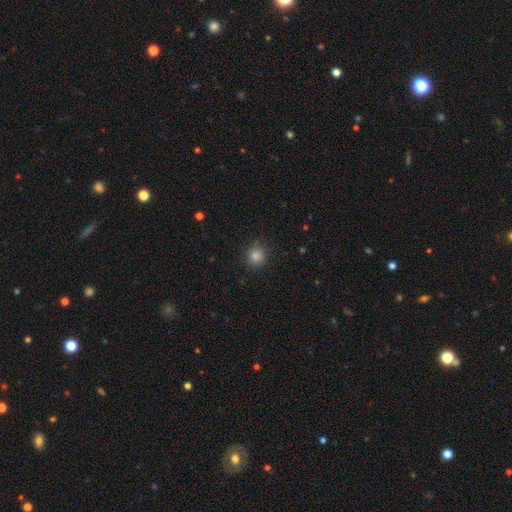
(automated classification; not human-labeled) smooth-or-featured: smooth: 82% | star or artifact: 13% | featured or disk: 5%
  how-rounded: round: 89% | in between: 10% | cigar-shaped: 1%
  merging: none: 87% | minor disturbance: 9% | major disturbance: 2% | merger: 1%